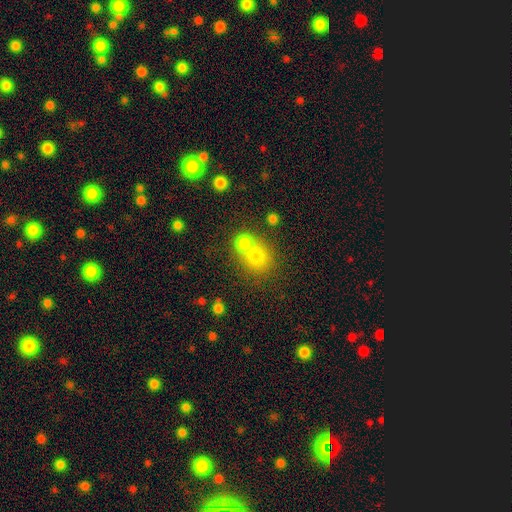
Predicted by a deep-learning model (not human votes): Smooth or featured: smooth — 75% (star or artifact — 13%)
How rounded: round — 83% (in between — 17%)
Merging: merger — 47% (none — 43%)